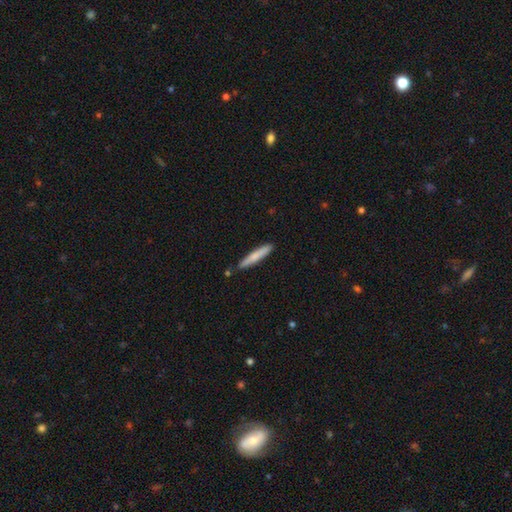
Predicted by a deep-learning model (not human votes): smooth-or-featured: smooth: 71% | featured or disk: 23% | star or artifact: 6%
  how-rounded: cigar-shaped: 94% | in between: 5% | round: 1%
  merging: none: 85% | minor disturbance: 10% | merger: 3% | major disturbance: 2%